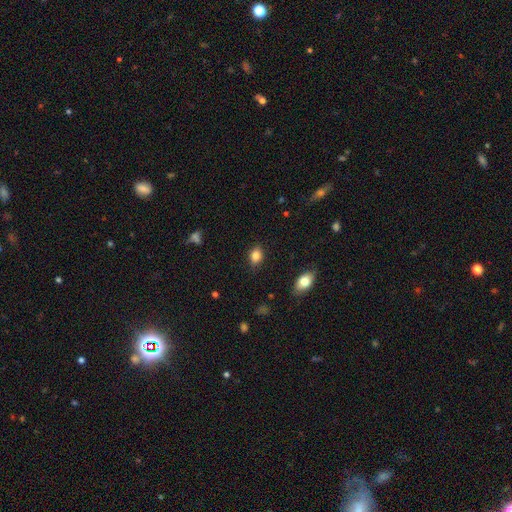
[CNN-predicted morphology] smooth-or-featured: smooth: 84% | star or artifact: 10% | featured or disk: 6%
  how-rounded: in between: 66% | round: 32% | cigar-shaped: 2%
  merging: none: 83% | minor disturbance: 13% | major disturbance: 3% | merger: 1%